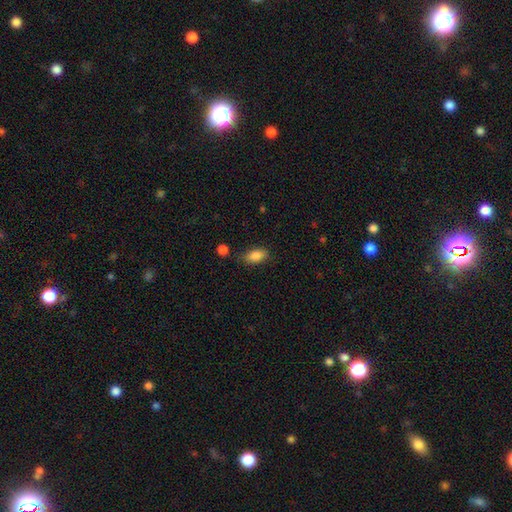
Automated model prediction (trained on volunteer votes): smooth 85%, star or artifact 8%, featured or disk 7%. Down the decision tree: how rounded — in between (89%); merging — none (79%).